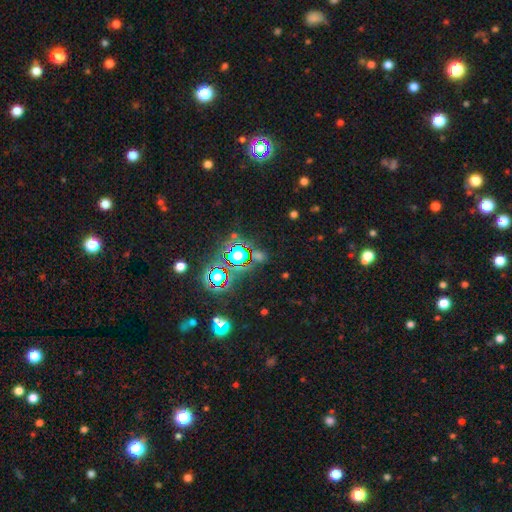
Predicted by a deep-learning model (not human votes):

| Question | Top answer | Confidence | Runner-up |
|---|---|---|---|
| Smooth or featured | star or artifact | 76% | smooth (16%) |